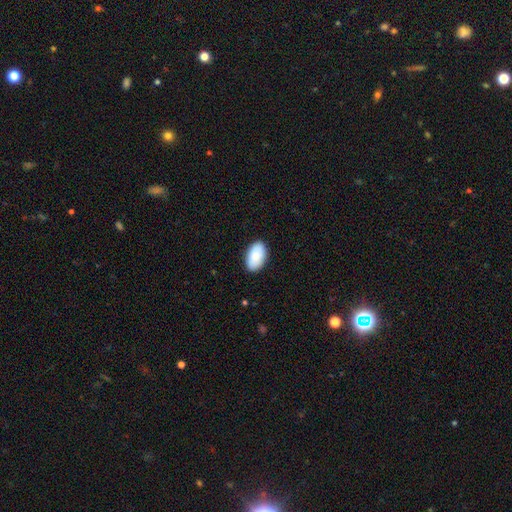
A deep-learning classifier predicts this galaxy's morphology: This appears to be a smooth galaxy with no disk features (85%) that is in between round and cigar-shaped (94%). Merging: none (88%).